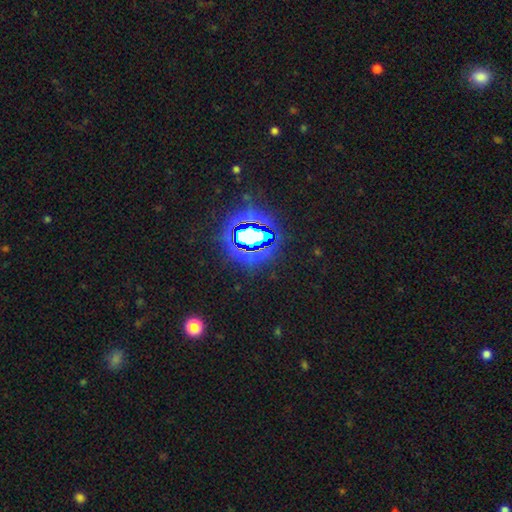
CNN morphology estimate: type=star or artifact (84%).